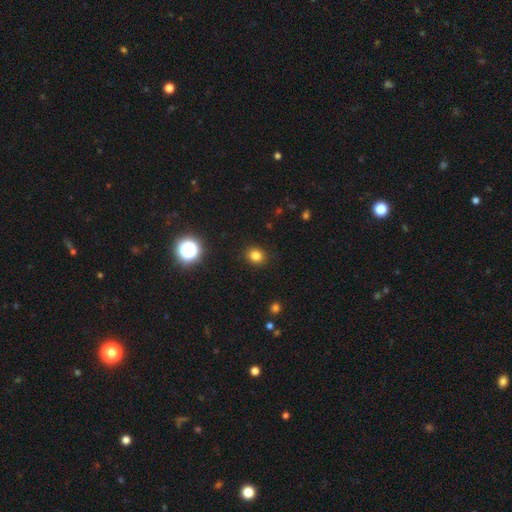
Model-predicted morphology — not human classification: Smooth or featured: smooth — 81% (star or artifact — 15%)
How rounded: round — 75% (in between — 24%)
Merging: none — 91% (minor disturbance — 6%)